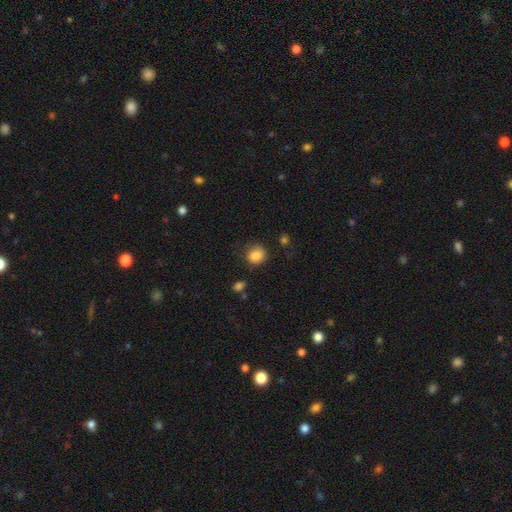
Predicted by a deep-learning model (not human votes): This is clearly a smooth galaxy (84%). How rounded: likely round (75%). Merging: likely none (68%).